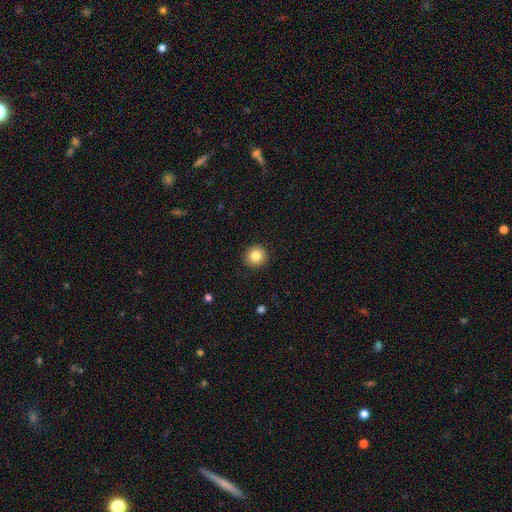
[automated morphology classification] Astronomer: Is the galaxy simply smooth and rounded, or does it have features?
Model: smooth — 84%.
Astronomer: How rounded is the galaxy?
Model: round — 93%.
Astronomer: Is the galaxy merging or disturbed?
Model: none — 92%.